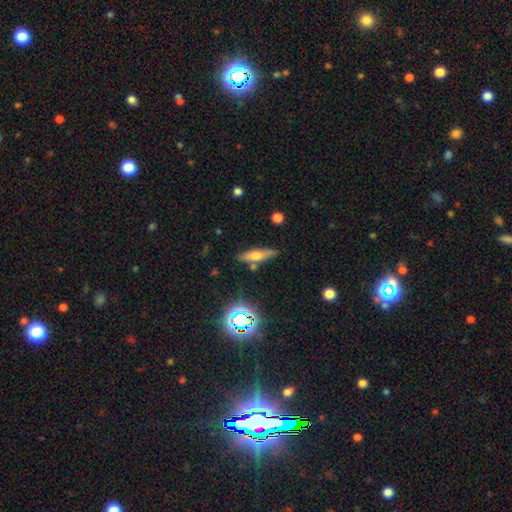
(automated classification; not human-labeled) Morphology: type=smooth (51%); roundness=cigar-shaped (64%); merging=none (79%).